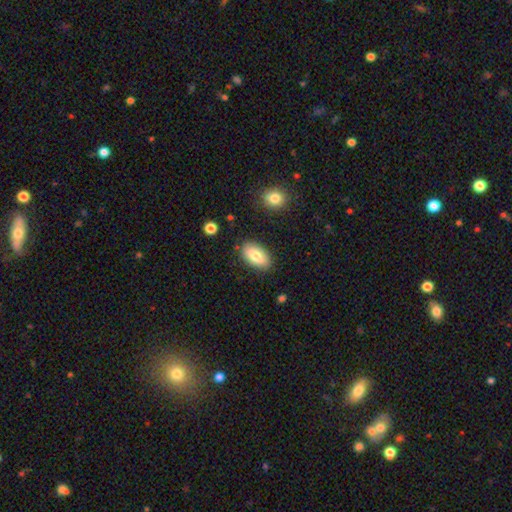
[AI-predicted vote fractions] The model was most divided on "smooth or featured": smooth: 79%, featured or disk: 14%, star or artifact: 7%. More confident: how rounded — in between (93%); merging — none (84%).